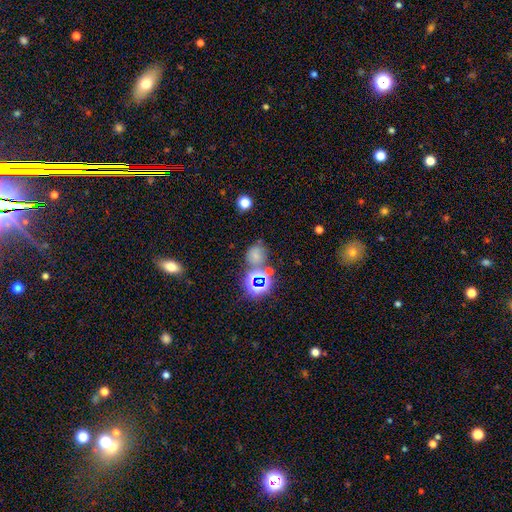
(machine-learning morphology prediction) smooth 58%, star or artifact 32%, featured or disk 10%. Down the decision tree: how rounded — round (67%); merging — none (60%).